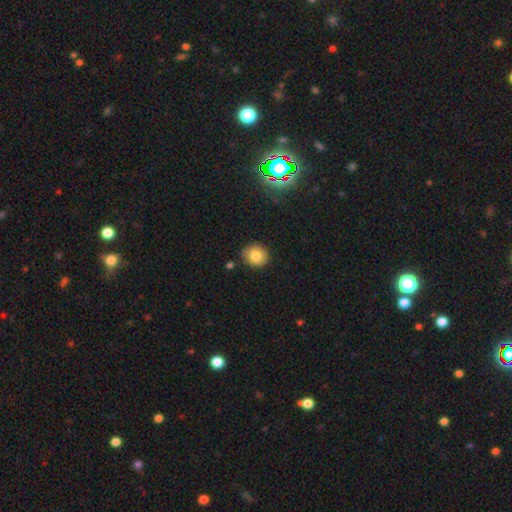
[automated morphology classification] Smooth or featured? Predicted: smooth (p=0.81). How rounded? Predicted: round (p=0.77). Merging? Predicted: none (p=0.83).